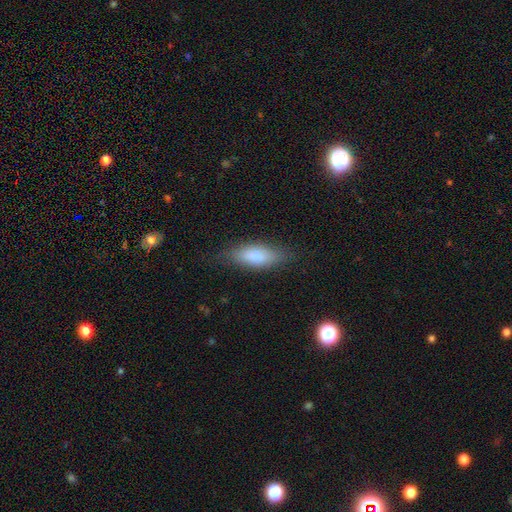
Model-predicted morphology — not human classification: The model was most divided on "how rounded": in between: 69%, cigar-shaped: 28%, round: 3%. More confident: merging — none (78%); smooth or featured — smooth (75%).